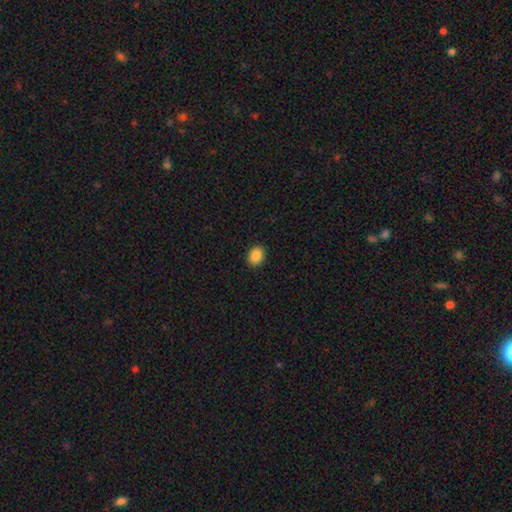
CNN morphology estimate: Overall: smooth (88%). How rounded: in between (51%; round 48%). Merging: none (92%).